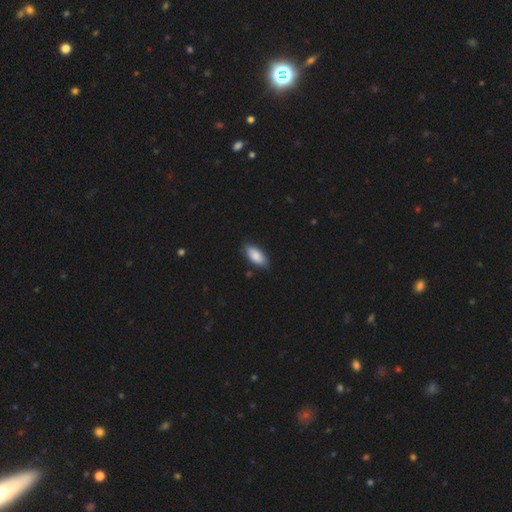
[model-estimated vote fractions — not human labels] The model was most divided on "merging": none: 80%, minor disturbance: 16%, major disturbance: 2%, merger: 1%. More confident: how rounded — in between (88%); smooth or featured — smooth (85%).